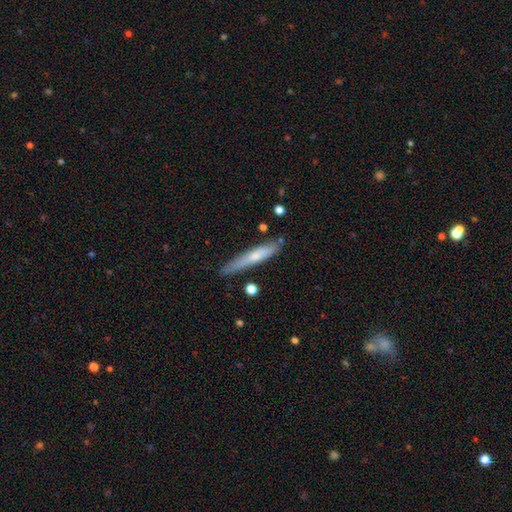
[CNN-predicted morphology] Smooth or featured? Predicted: smooth (p=0.57). How rounded? Predicted: cigar-shaped (p=0.93). Merging? Predicted: none (p=0.78).